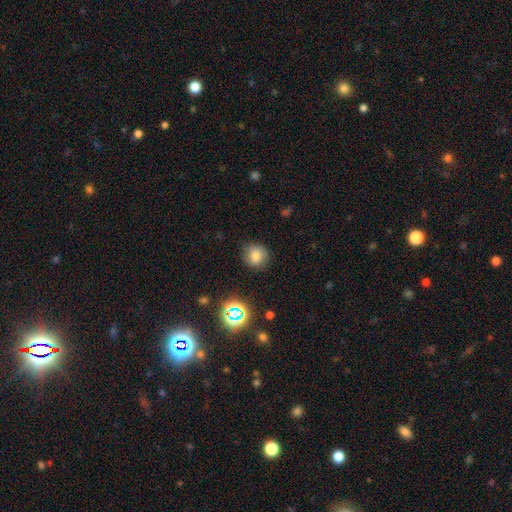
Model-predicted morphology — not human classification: The model was most divided on "smooth or featured": smooth: 77%, star or artifact: 15%, featured or disk: 8%. More confident: how rounded — round (85%); merging — none (83%).